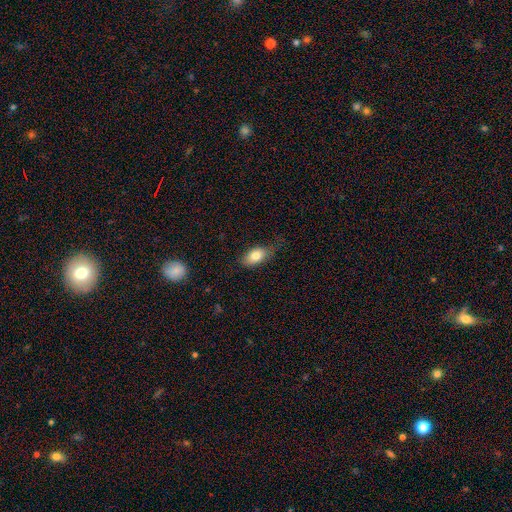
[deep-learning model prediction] This is likely a smooth galaxy (79%). How rounded: clearly in between (90%). Merging: possibly none (59%).